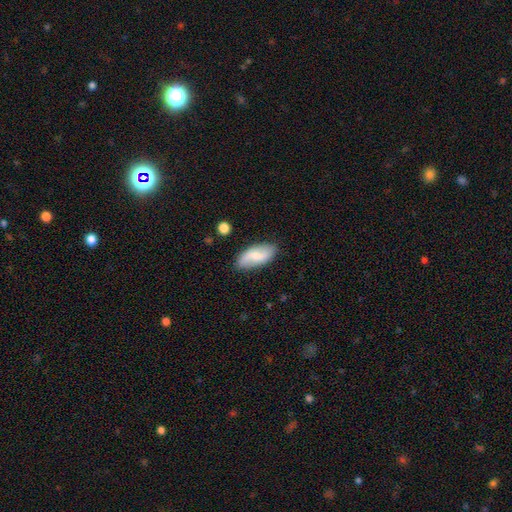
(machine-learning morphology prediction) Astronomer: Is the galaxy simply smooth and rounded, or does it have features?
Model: smooth — 51% (runner-up: featured or disk, 42%).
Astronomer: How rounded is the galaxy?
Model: in between — 89%.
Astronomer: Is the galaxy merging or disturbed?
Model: none — 82%.